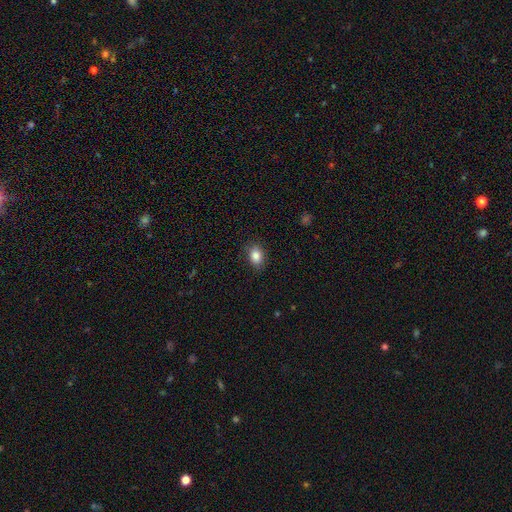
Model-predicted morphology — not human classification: This appears to be a smooth galaxy with no disk features (86%) that is in between round and cigar-shaped (72%). Merging: none (86%).